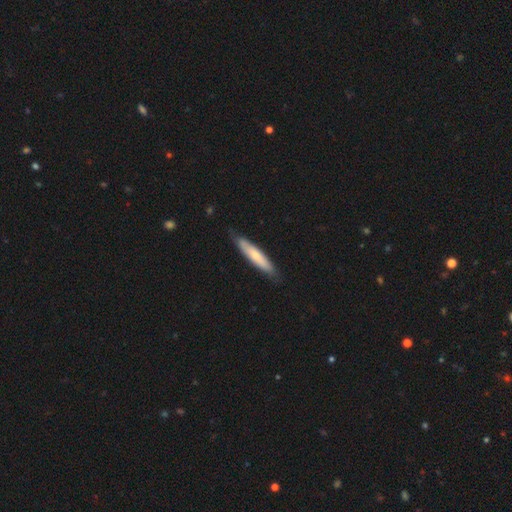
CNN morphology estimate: smooth-or-featured: smooth: 63% | featured or disk: 32% | star or artifact: 5%
  how-rounded: cigar-shaped: 86% | in between: 13% | round: 1%
  merging: none: 81% | minor disturbance: 15% | major disturbance: 2% | merger: 1%